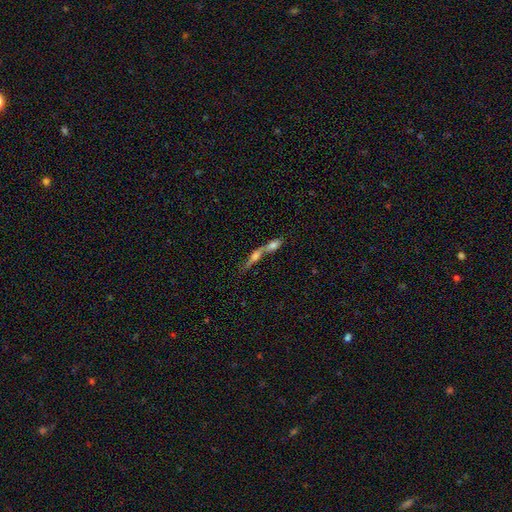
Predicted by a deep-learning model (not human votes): This is marginally a featured or disk galaxy (44%, tied with smooth). Merging: likely merger (71%).